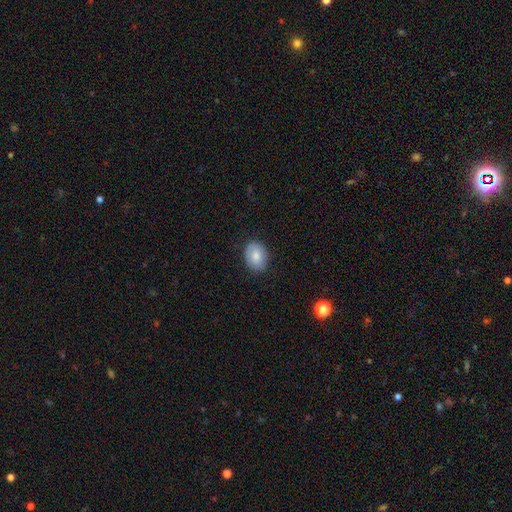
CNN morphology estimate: Smooth or featured? Predicted: smooth (p=0.82). How rounded? Predicted: in between (p=0.68). Merging? Predicted: none (p=0.85).